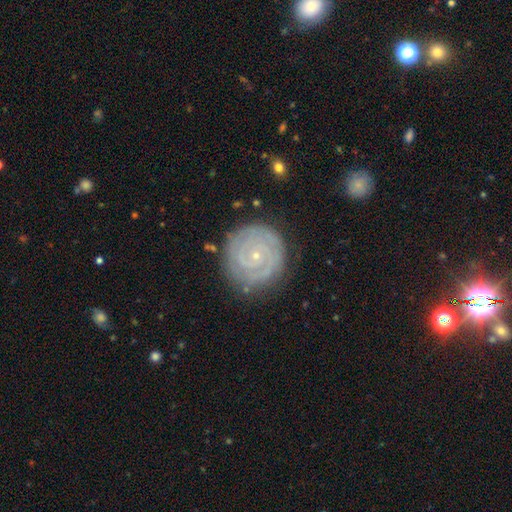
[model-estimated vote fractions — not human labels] Smooth or featured: featured or disk — 84% (smooth — 10%)
Edge-on disk: no — 98% (yes — 2%)
Bar: no — 74% (weak — 21%)
Spiral arms: yes — 96% (no — 4%)
Spiral winding: tight — 84% (medium — 13%)
Spiral arm count: 2 — 50% (can't tell — 17%)
Bulge size: small — 84% (moderate — 12%)
Merging: none — 83% (minor disturbance — 12%)